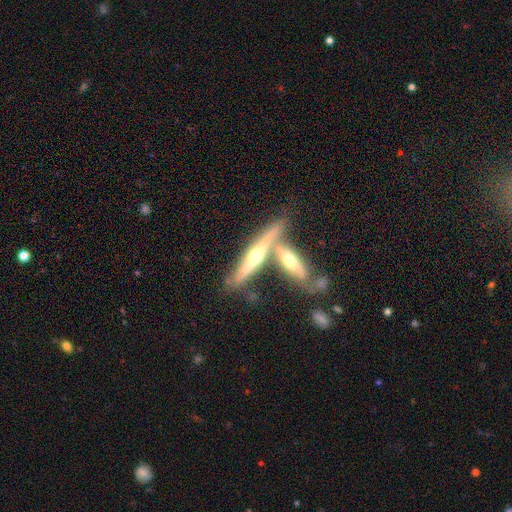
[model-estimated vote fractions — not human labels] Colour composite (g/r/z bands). It shows a featured or disk galaxy (73%) viewed edge-on (93%) with a rounded central bulge (91%). Merging: none (48%).